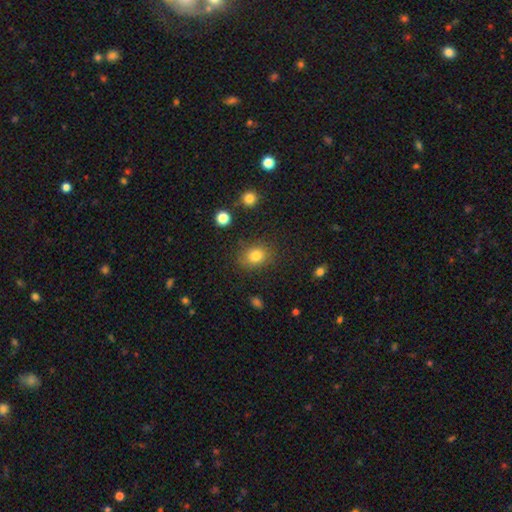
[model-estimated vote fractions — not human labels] Morphology: type=smooth (82%); roundness=in between (52%); merging=none (81%).